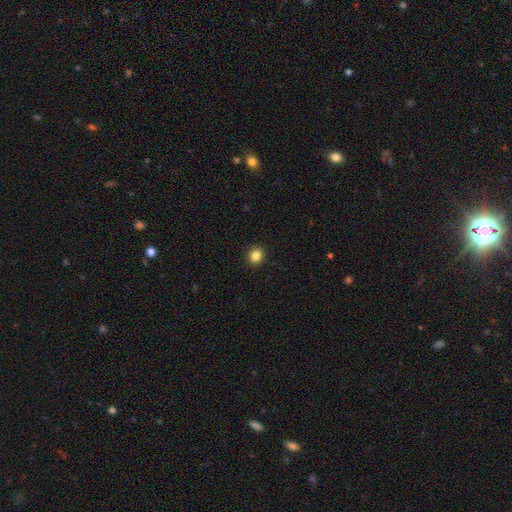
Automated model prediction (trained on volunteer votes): Morphology: type=smooth (85%); roundness=round (83%); merging=none (92%).